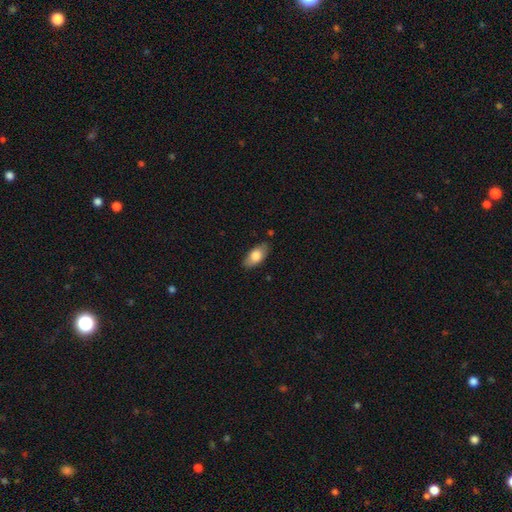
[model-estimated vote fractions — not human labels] Smooth or featured? Predicted: smooth (p=0.76). How rounded? Predicted: in between (p=0.90). Merging? Predicted: none (p=0.81).